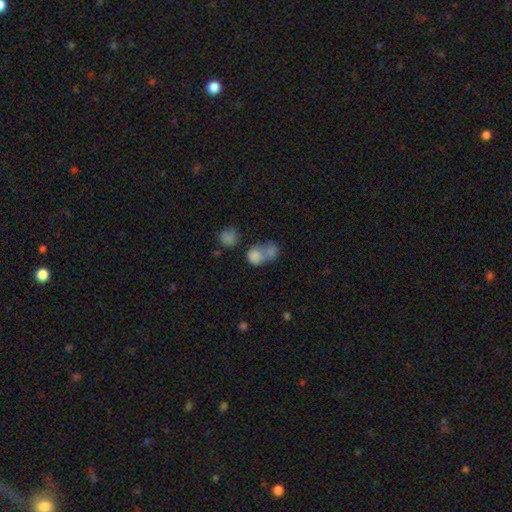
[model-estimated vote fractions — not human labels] smooth-or-featured: smooth: 77% | featured or disk: 13% | star or artifact: 11%
  how-rounded: round: 56% | in between: 42% | cigar-shaped: 1%
  merging: merger: 61% | none: 24% | minor disturbance: 8% | major disturbance: 7%